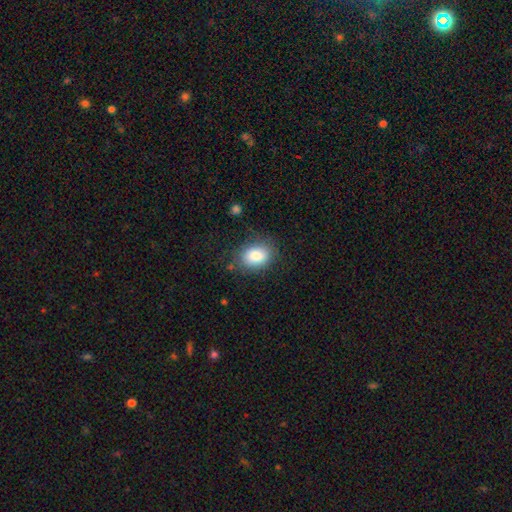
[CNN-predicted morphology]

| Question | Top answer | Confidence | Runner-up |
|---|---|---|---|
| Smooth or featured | smooth | 84% | featured or disk (8%) |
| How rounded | in between | 72% | round (27%) |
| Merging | none | 76% | minor disturbance (16%) |